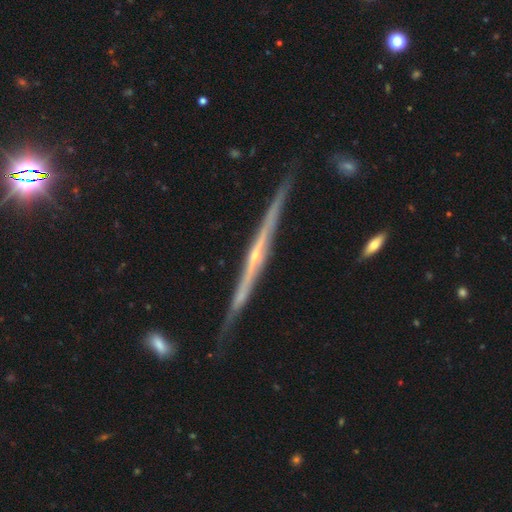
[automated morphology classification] Smooth or featured? featured or disk (86%)
Edge-on disk? yes (98%)
Edge-on bulge? rounded (70%)
Merging? none (85%)